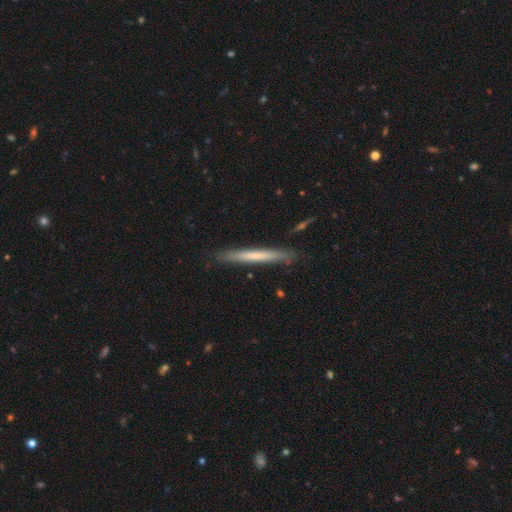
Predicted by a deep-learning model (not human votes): A smooth galaxy with no disk features (57%) that is cigar-shaped (97%).

Vote fractions:
- Smooth or featured? smooth: 57% / featured or disk: 38% / star or artifact: 6%
- How rounded? cigar-shaped: 97% / in between: 2% / round: 1%
- Merging? none: 86% / minor disturbance: 10% / major disturbance: 2% / merger: 2%